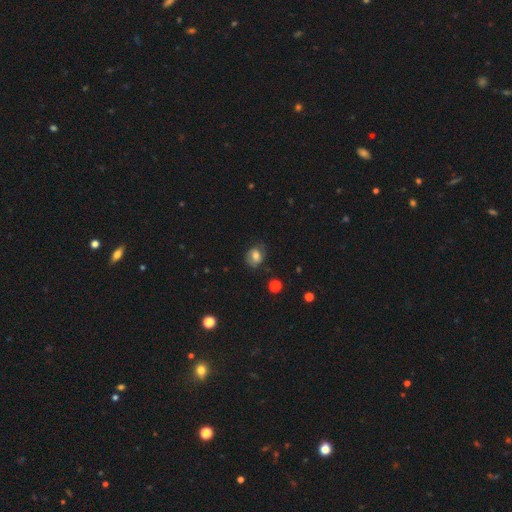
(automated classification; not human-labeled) A smooth galaxy with no disk features (66%) that is round (60%).

Vote fractions:
- Smooth or featured? smooth: 66% / featured or disk: 22% / star or artifact: 12%
- How rounded? round: 60% / in between: 39% / cigar-shaped: 1%
- Merging? none: 70% / minor disturbance: 22% / major disturbance: 7% / merger: 2%